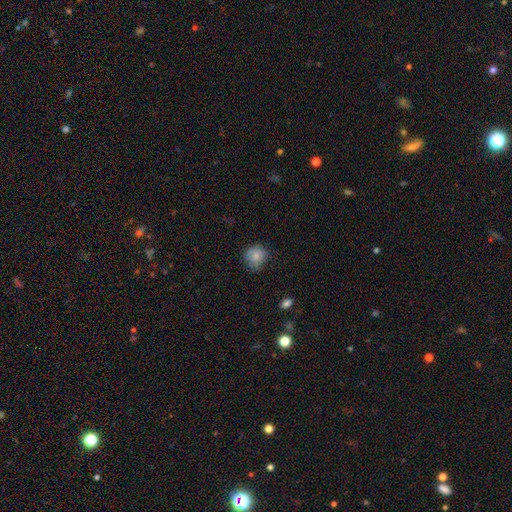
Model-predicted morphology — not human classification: Smooth or featured: smooth — 81% (featured or disk — 10%)
How rounded: round — 81% (in between — 18%)
Merging: none — 68% (minor disturbance — 25%)